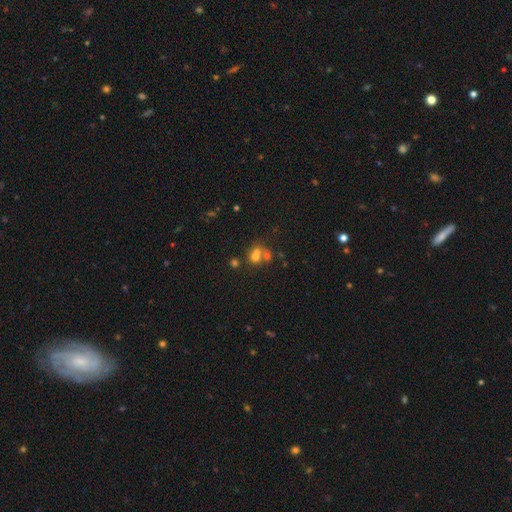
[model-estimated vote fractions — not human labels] A smooth galaxy with no disk features (60%) that is round (75%).

Vote fractions:
- Smooth or featured? smooth: 60% / featured or disk: 21% / star or artifact: 19%
- How rounded? round: 75% / in between: 24% / cigar-shaped: 1%
- Merging? merger: 54% / none: 34% / minor disturbance: 7% / major disturbance: 5%